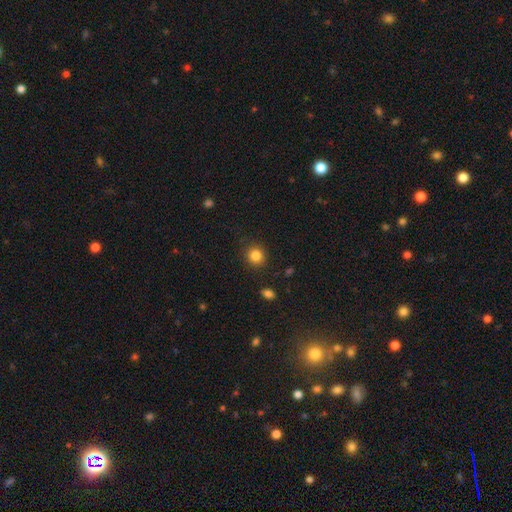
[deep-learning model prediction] Morphology: type=smooth (84%); roundness=round (89%); merging=none (89%).